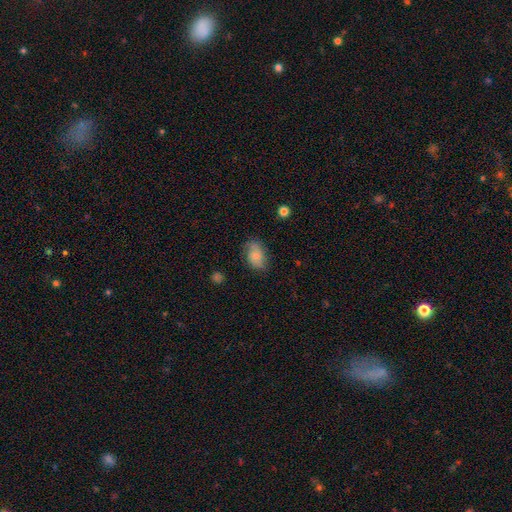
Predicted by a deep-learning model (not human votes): Smooth or featured? smooth (74%)
How rounded? in between (87%)
Merging? none (69%)